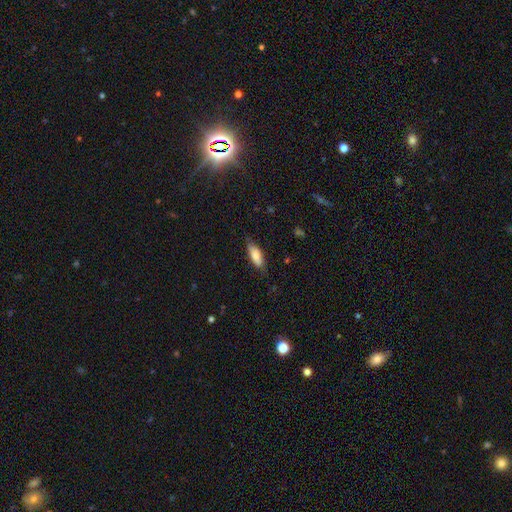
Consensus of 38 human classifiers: Morphology: type=smooth (79%); roundness=in between (60%); merging=none (75%).